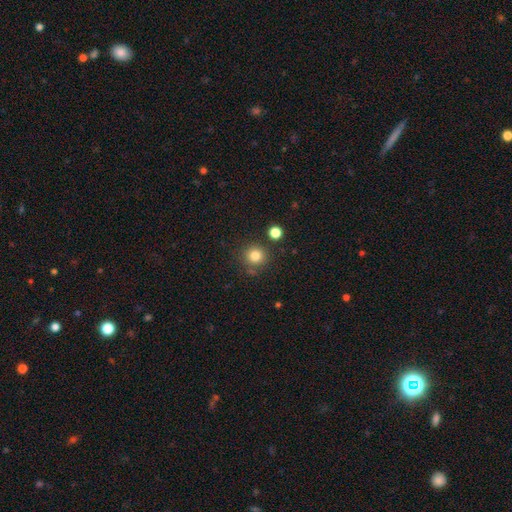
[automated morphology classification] This appears to be a smooth galaxy with no disk features (82%) that is round (93%). Merging: none (81%).